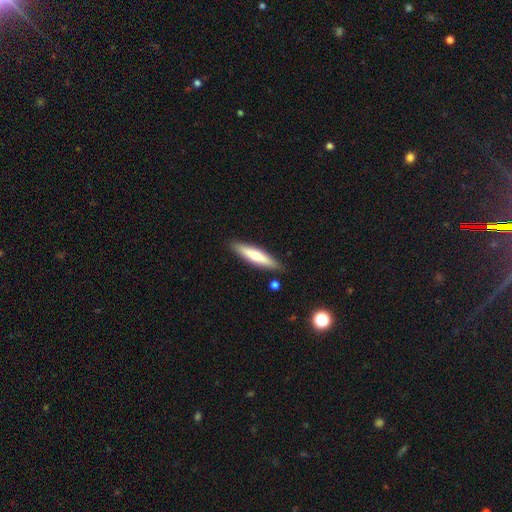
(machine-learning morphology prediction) Smooth or featured: smooth — 61% (featured or disk — 33%)
How rounded: cigar-shaped — 83% (in between — 16%)
Merging: none — 87% (minor disturbance — 9%)